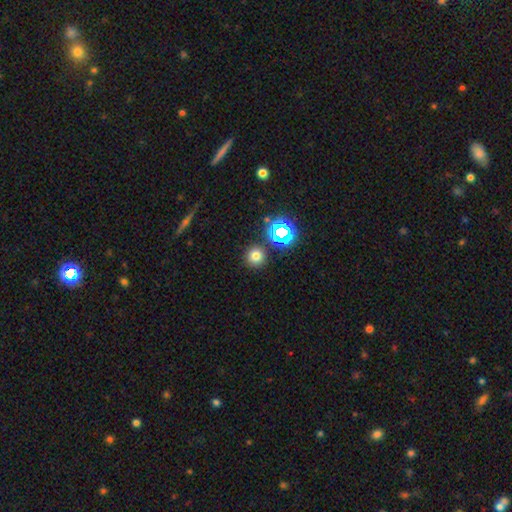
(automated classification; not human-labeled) Q: Smooth or featured?
A: smooth (72%); runner-up: star or artifact (21%)
Q: How rounded?
A: round (94%); runner-up: in between (5%)
Q: Merging?
A: none (87%); runner-up: minor disturbance (6%)